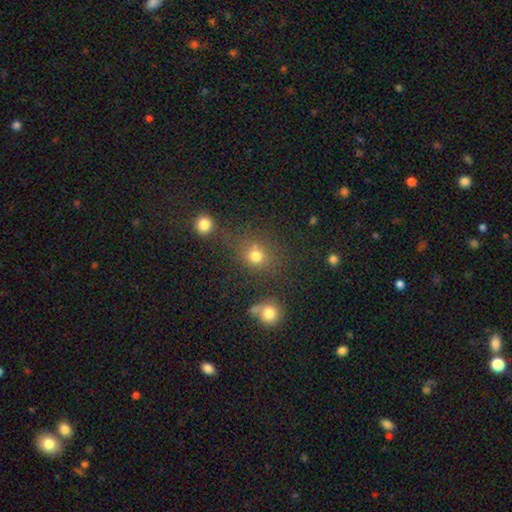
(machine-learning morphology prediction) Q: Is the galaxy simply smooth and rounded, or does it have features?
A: smooth — 76%.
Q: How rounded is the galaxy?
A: round — 77%.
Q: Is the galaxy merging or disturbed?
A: none — 67%.